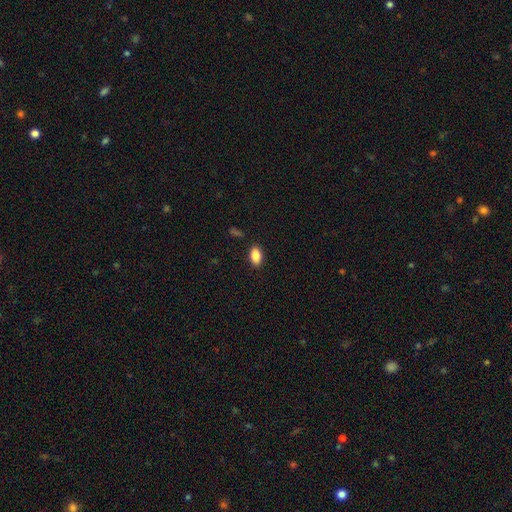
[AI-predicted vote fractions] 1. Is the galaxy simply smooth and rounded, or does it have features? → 87% smooth, 8% star or artifact, 5% featured or disk.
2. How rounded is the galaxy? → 91% in between, 7% round, 2% cigar-shaped.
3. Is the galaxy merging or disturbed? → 88% none, 8% minor disturbance, 2% major disturbance, 1% merger.